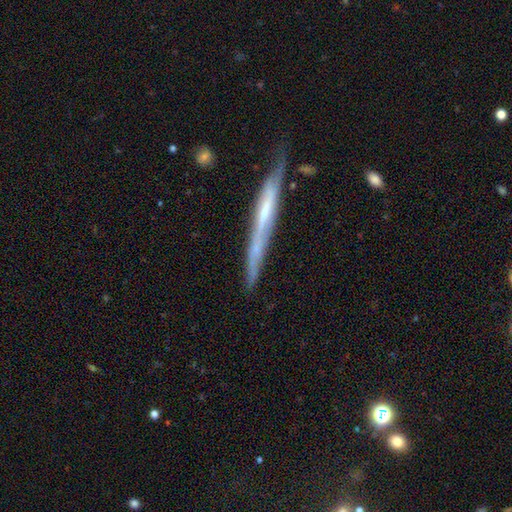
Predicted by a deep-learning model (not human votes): Morphology: type=featured or disk (66%); edge-on=yes (90%); edge-on bulge=none (68%); merging=none (71%).